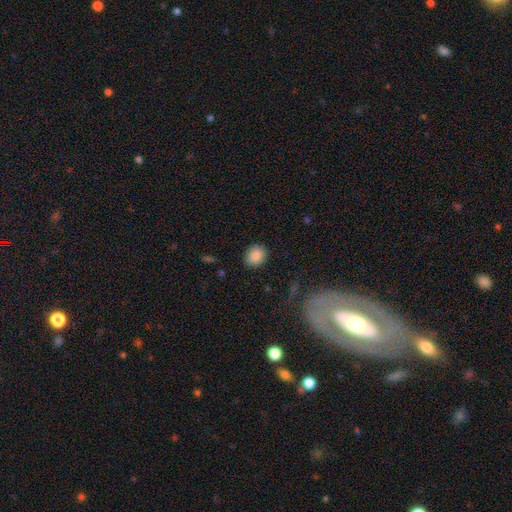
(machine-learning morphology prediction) A smooth galaxy with no disk features (87%) that is round (64%). Merging: none (88%).